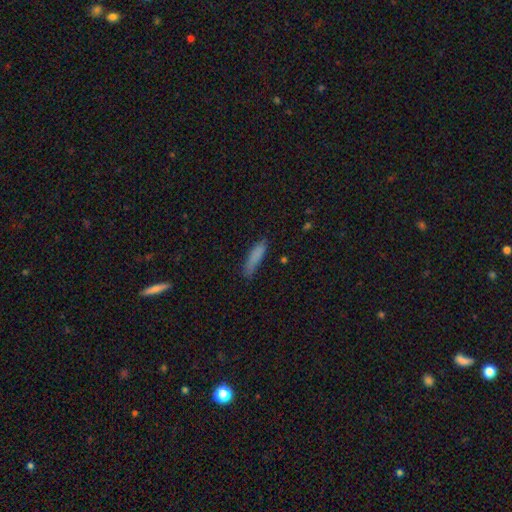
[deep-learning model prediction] The model was most divided on "merging": none: 71%, minor disturbance: 21%, major disturbance: 5%, merger: 2%. More confident: smooth or featured — smooth (82%); how rounded — cigar-shaped (78%).